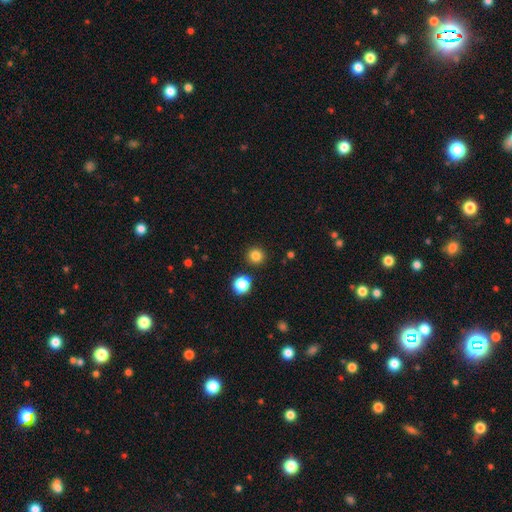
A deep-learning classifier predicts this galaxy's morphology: type=smooth (83%); roundness=round (94%); merging=none (90%).